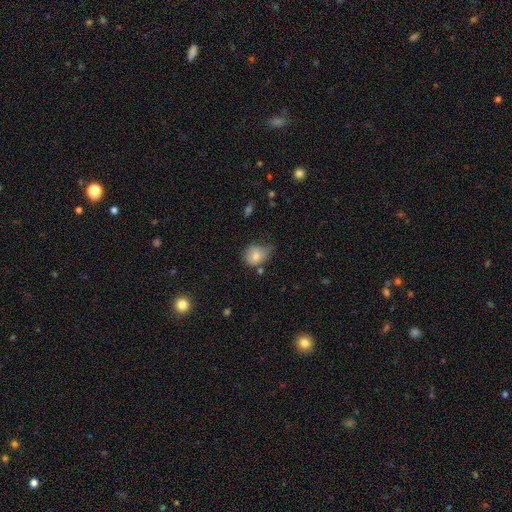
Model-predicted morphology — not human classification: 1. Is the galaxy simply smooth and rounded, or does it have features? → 76% smooth, 15% featured or disk, 9% star or artifact.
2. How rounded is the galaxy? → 58% round, 41% in between, 1% cigar-shaped.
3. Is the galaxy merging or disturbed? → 41% minor disturbance, 40% none, 15% major disturbance, 5% merger.